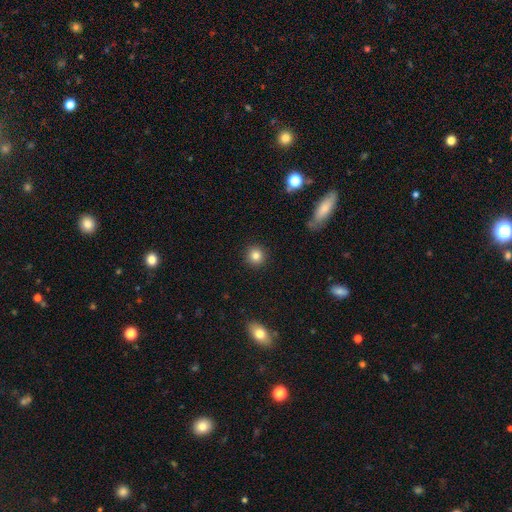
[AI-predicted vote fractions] Smooth or featured: smooth — 83% (star or artifact — 11%)
How rounded: round — 94% (in between — 5%)
Merging: none — 91% (minor disturbance — 6%)